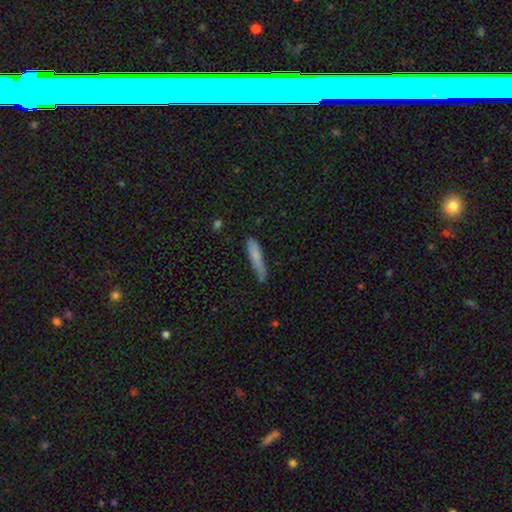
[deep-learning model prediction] smooth-or-featured: smooth: 76% | featured or disk: 17% | star or artifact: 7%
  how-rounded: cigar-shaped: 89% | in between: 10% | round: 1%
  merging: none: 64% | minor disturbance: 27% | major disturbance: 6% | merger: 3%